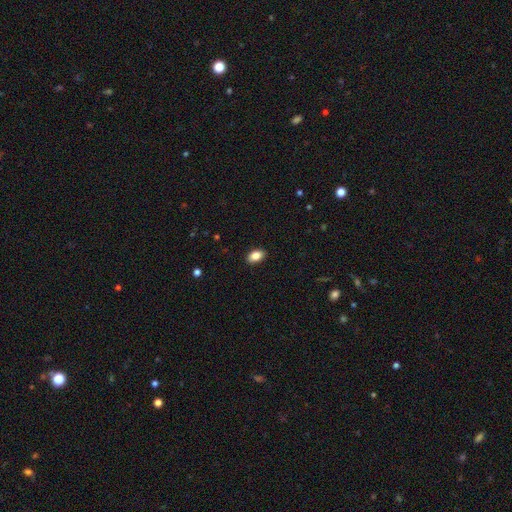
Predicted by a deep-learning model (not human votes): Overall: smooth (86%). How rounded: in between (90%). Merging: none (90%).